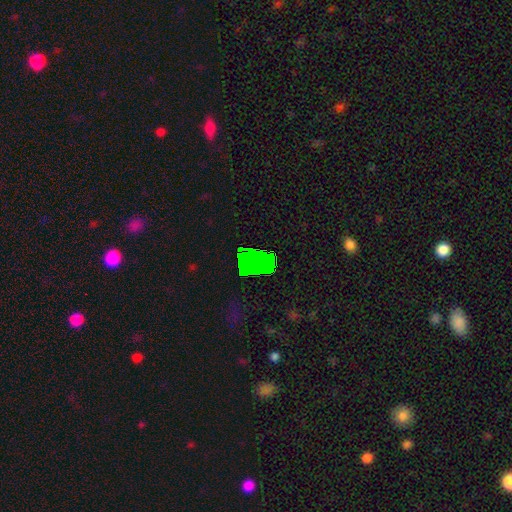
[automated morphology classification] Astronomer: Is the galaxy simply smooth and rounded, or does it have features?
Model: star or artifact — 45% (runner-up: smooth, 31%).